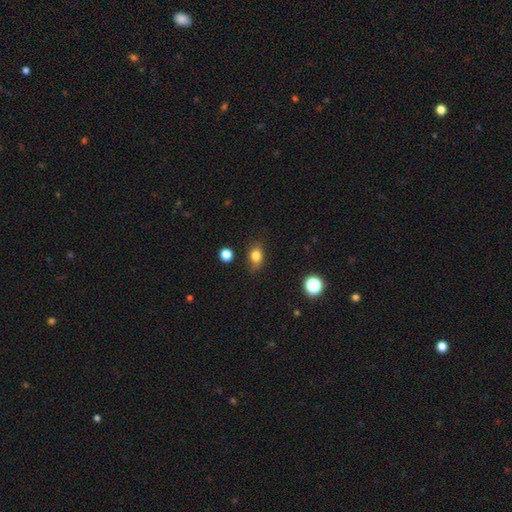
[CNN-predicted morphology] The model was most divided on "how rounded": in between: 66%, round: 31%, cigar-shaped: 3%. More confident: smooth or featured — smooth (81%); merging — none (74%).